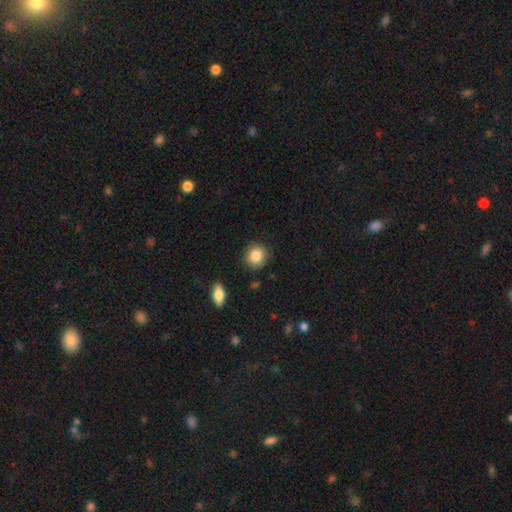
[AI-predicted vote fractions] smooth 87%, star or artifact 8%, featured or disk 5%. Down the decision tree: how rounded — round (87%); merging — none (88%).